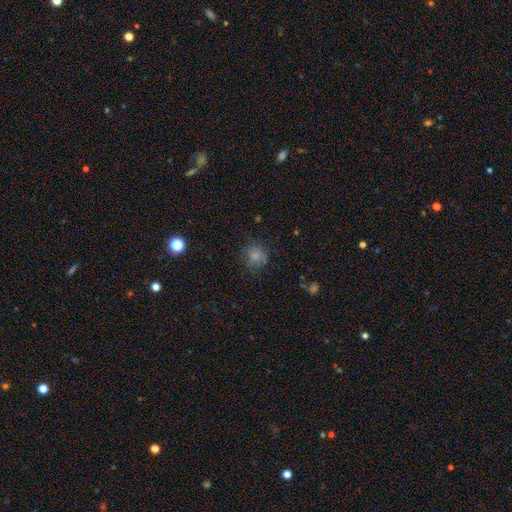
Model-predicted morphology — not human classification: This is likely a smooth galaxy (77%). How rounded: clearly round (82%). Merging: likely none (73%).